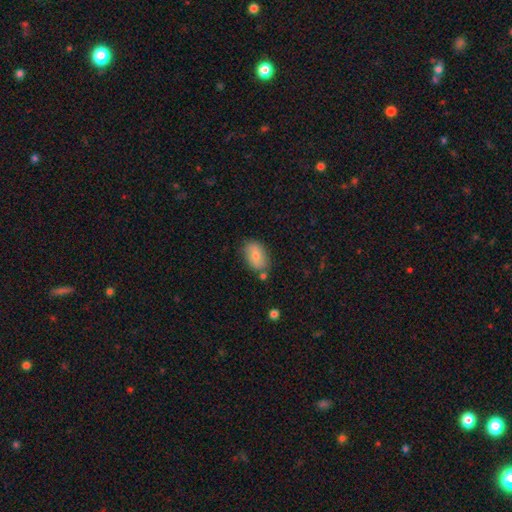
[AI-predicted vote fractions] A smooth galaxy with no disk features (73%) that is in between round and cigar-shaped (89%).

Vote fractions:
- Smooth or featured? smooth: 73% / featured or disk: 20% / star or artifact: 7%
- How rounded? in between: 89% / round: 9% / cigar-shaped: 2%
- Merging? none: 74% / minor disturbance: 16% / merger: 6% / major disturbance: 3%